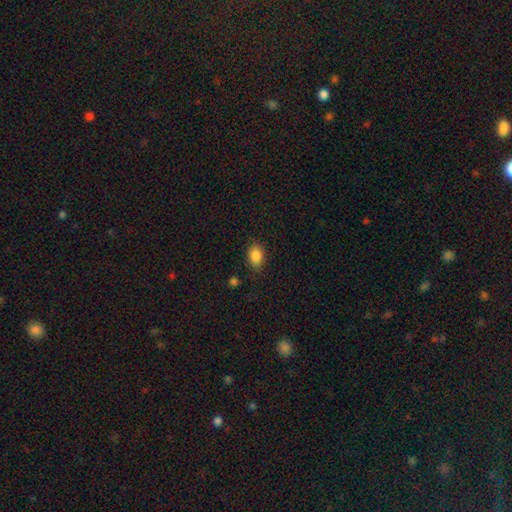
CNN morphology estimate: smooth_or_featured: smooth (p=0.87) [alt: star or artifact p=0.09]
how_rounded: in between (p=0.83) [alt: round p=0.16]
merging: none (p=0.81) [alt: minor disturbance p=0.14]